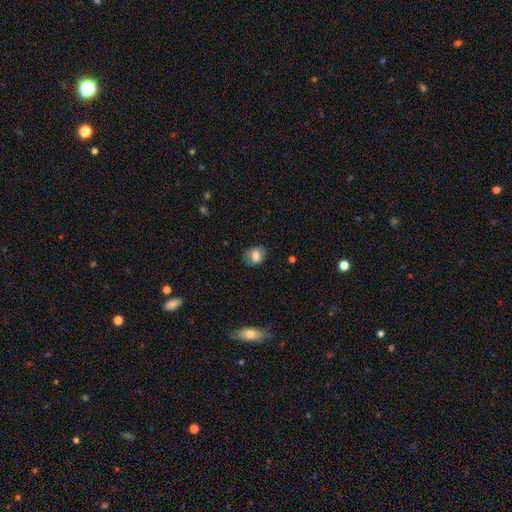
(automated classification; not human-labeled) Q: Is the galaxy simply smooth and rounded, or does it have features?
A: smooth — 76%.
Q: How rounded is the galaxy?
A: in between — 65%.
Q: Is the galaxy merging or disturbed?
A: none — 72%.